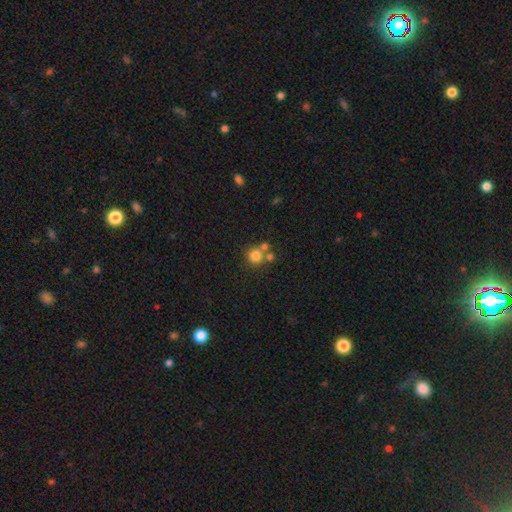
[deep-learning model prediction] smooth-or-featured: smooth: 79% | star or artifact: 13% | featured or disk: 9%
  how-rounded: round: 91% | in between: 9% | cigar-shaped: 1%
  merging: none: 58% | merger: 30% | minor disturbance: 8% | major disturbance: 4%